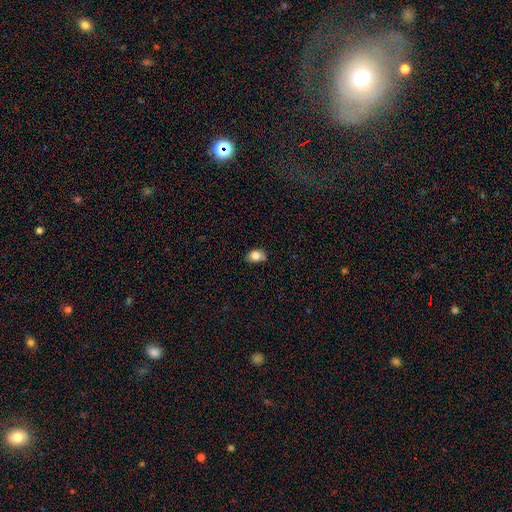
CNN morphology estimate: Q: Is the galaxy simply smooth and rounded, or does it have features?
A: smooth — 82%.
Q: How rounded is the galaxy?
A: in between — 72%.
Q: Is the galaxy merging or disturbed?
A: none — 68%.